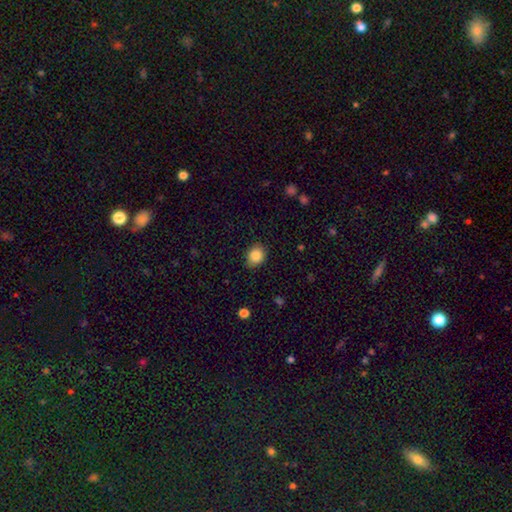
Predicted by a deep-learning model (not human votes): A smooth galaxy with no disk features (85%) that is round (52%).

Vote fractions:
- Smooth or featured? smooth: 85% / star or artifact: 9% / featured or disk: 6%
- How rounded? round: 52% / in between: 48% / cigar-shaped: 1%
- Merging? none: 86% / minor disturbance: 11% / major disturbance: 2% / merger: 1%